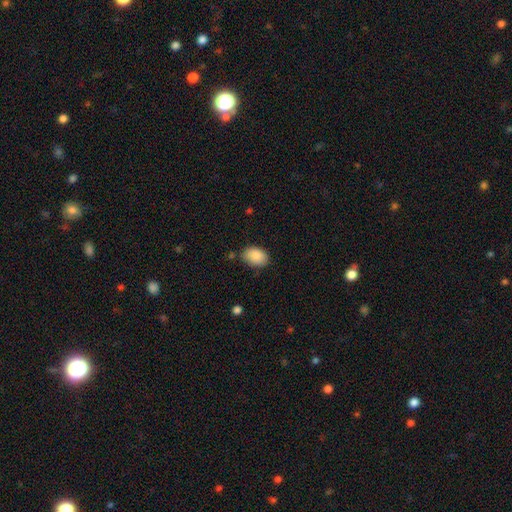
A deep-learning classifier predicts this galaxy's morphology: smooth_or_featured: smooth (p=0.88) [alt: star or artifact p=0.07]
how_rounded: in between (p=0.83) [alt: round p=0.16]
merging: none (p=0.76) [alt: minor disturbance p=0.18]